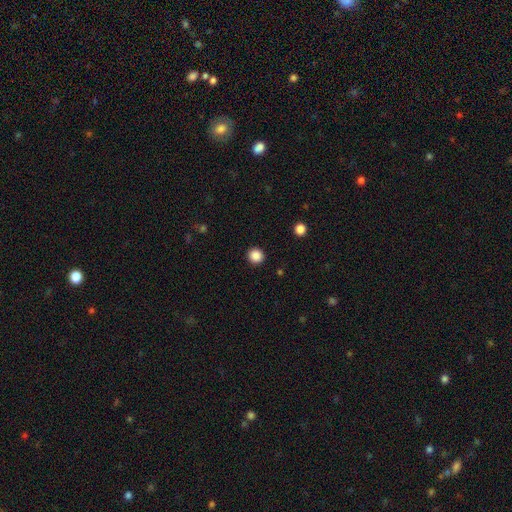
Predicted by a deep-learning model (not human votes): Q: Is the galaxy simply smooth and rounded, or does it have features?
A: smooth — 87%.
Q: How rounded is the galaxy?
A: round — 93%.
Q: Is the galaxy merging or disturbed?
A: none — 93%.